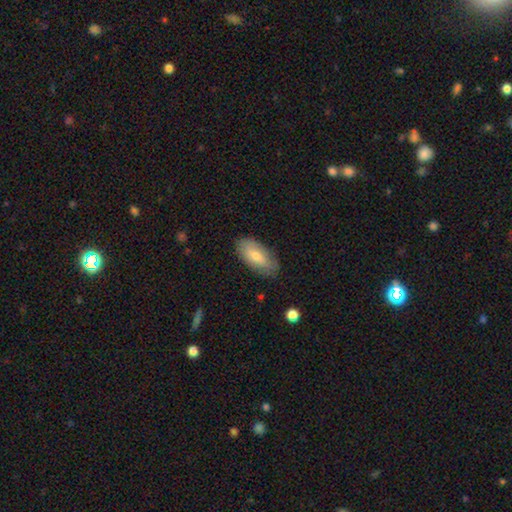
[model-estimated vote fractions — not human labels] Overall: smooth (71%). How rounded: in between (88%). Merging: none (80%).